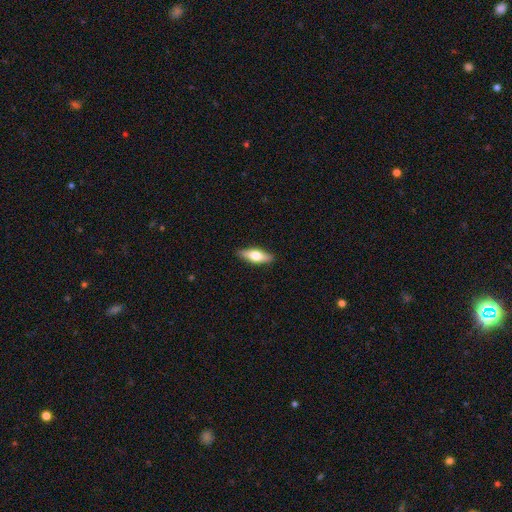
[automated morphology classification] The model was most divided on "how rounded": in between: 55%, cigar-shaped: 42%, round: 3%. More confident: merging — none (89%); smooth or featured — smooth (55%).